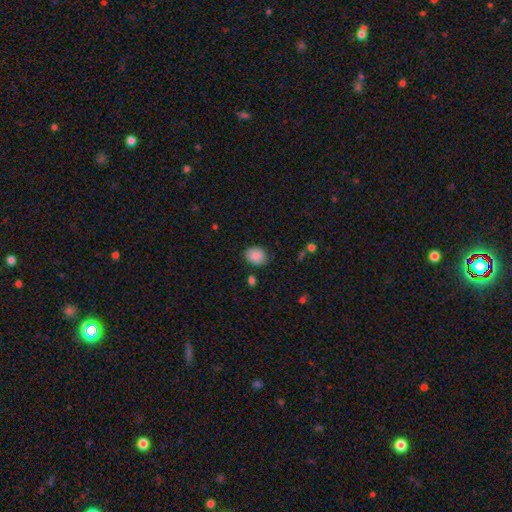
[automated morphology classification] Q: Smooth or featured?
A: smooth (88%); runner-up: star or artifact (8%)
Q: How rounded?
A: in between (50%); runner-up: round (49%)
Q: Merging?
A: none (82%); runner-up: minor disturbance (13%)